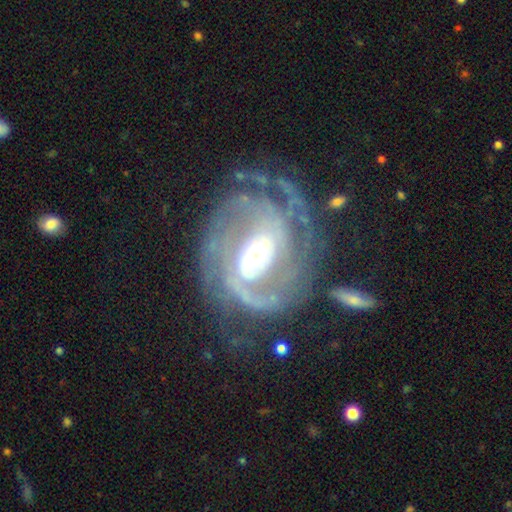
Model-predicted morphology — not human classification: smooth-or-featured: featured or disk: 90% | star or artifact: 5% | smooth: 5%
  disk-edge-on: no: 97% | yes: 3%
    bar: weak: 41% | no: 34% | strong: 25%
    has-spiral-arms: yes: 97% | no: 3%
      spiral-winding: tight: 58% | medium: 33% | loose: 8%
      spiral-arm-count: 2: 41% | 3: 21% | can't tell: 19% | 4: 7% | 1: 6% | more than 4: 5%
    bulge-size: moderate: 60% | small: 28% | large: 10% | dominant: 1% | none: 1%
  merging: none: 61% | minor disturbance: 20% | major disturbance: 16% | merger: 3%